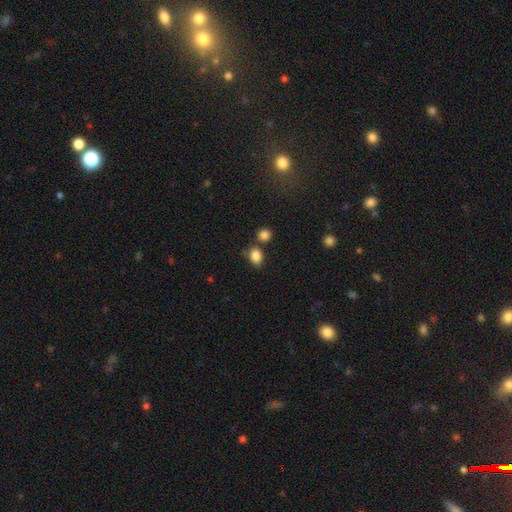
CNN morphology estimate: smooth 85%, star or artifact 10%, featured or disk 5%. Down the decision tree: how rounded — in between (65%); merging — none (64%).